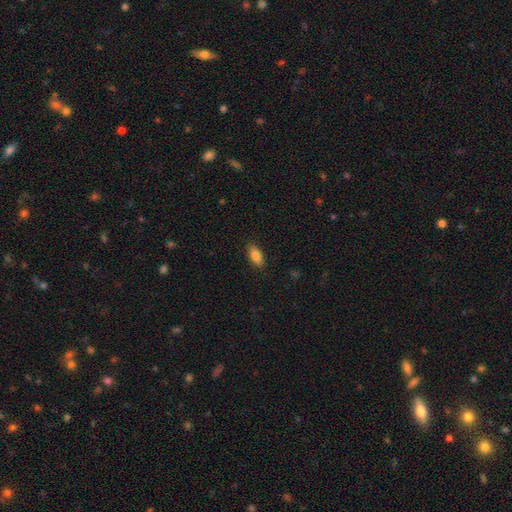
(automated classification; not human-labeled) Smooth or featured?
  - smooth: 83% *
  - featured or disk: 9%
  - star or artifact: 7%
How rounded?
  - in between: 86% *
  - cigar-shaped: 11%
  - round: 3%
Merging?
  - none: 88% *
  - minor disturbance: 9%
  - major disturbance: 2%
  - merger: 1%